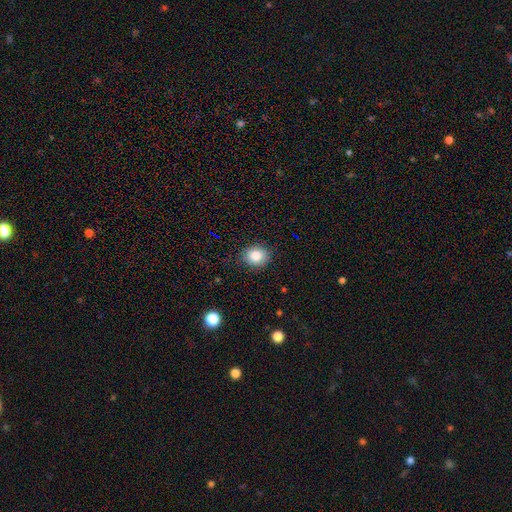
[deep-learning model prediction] smooth 84%, star or artifact 10%, featured or disk 6%. Down the decision tree: how rounded — round (67%); merging — none (86%).